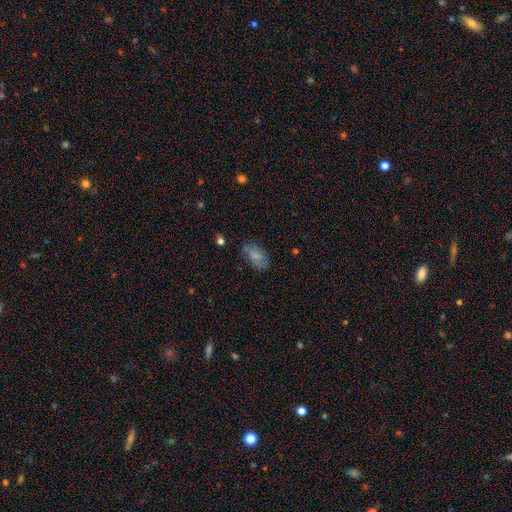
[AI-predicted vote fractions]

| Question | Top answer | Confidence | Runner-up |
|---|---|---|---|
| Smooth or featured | smooth | 73% | featured or disk (17%) |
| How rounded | in between | 91% | round (6%) |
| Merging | none | 66% | minor disturbance (24%) |